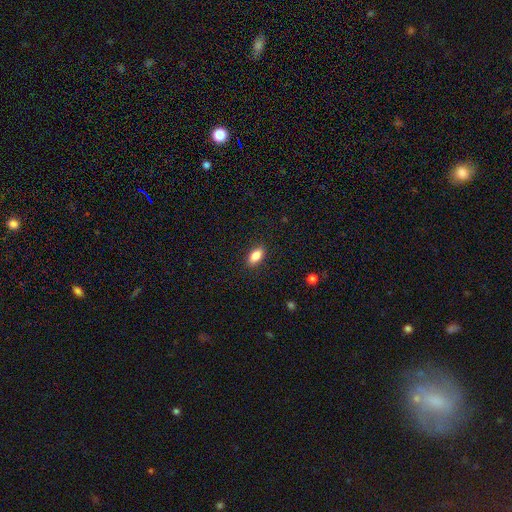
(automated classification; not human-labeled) Smooth or featured? Predicted: smooth (p=0.85). How rounded? Predicted: in between (p=0.89). Merging? Predicted: none (p=0.89).